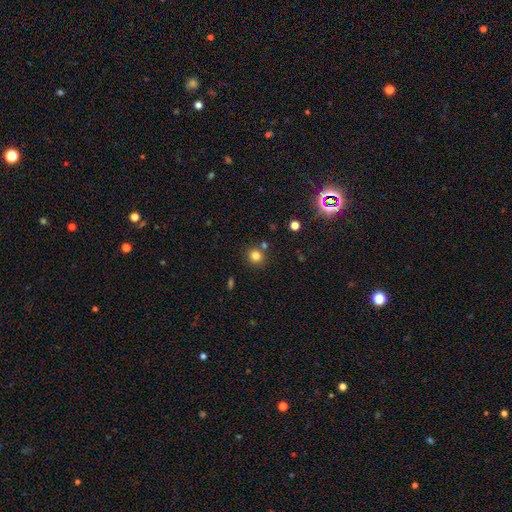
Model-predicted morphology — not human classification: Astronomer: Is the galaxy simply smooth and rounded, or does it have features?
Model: smooth — 80%.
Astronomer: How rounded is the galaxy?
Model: round — 90%.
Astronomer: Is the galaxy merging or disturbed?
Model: none — 79%.